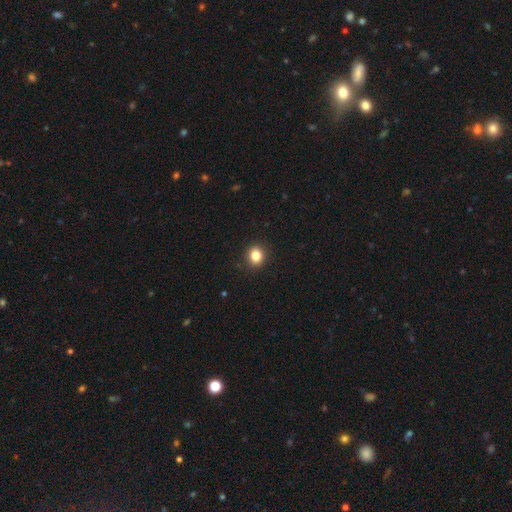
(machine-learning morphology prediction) This appears to be a smooth galaxy with no disk features (84%) that is round (73%). Merging: none (91%).